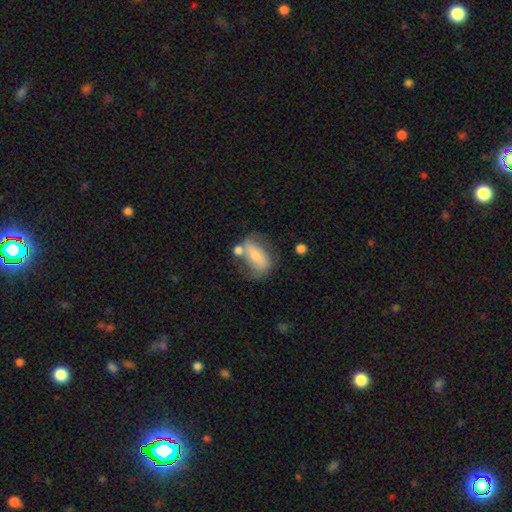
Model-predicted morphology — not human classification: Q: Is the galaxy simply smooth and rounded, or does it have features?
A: featured or disk — 47%.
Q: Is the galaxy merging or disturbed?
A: none — 45%.